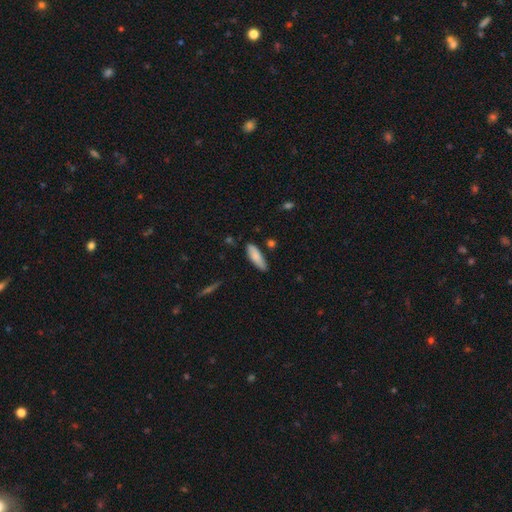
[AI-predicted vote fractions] smooth-or-featured: smooth: 83% | featured or disk: 11% | star or artifact: 6%
  how-rounded: in between: 51% | cigar-shaped: 48% | round: 2%
  merging: none: 76% | minor disturbance: 18% | merger: 3% | major disturbance: 3%